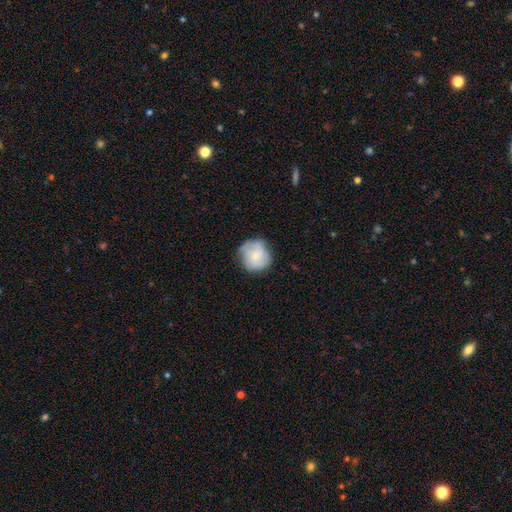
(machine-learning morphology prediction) Q: Smooth or featured?
A: smooth (67%); runner-up: featured or disk (26%)
Q: How rounded?
A: round (88%); runner-up: in between (11%)
Q: Merging?
A: none (65%); runner-up: minor disturbance (26%)